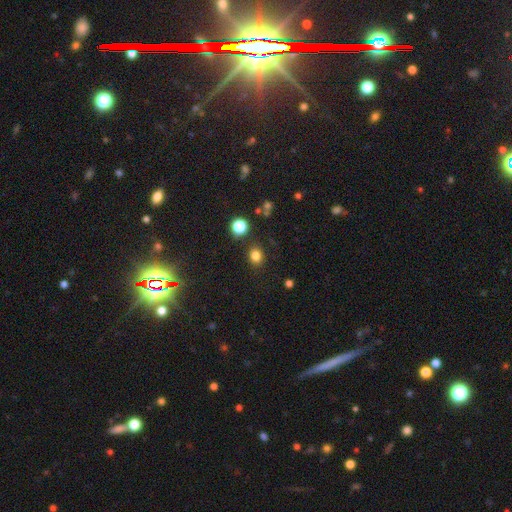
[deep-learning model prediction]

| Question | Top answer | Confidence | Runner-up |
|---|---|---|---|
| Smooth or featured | smooth | 81% | star or artifact (14%) |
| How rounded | round | 65% | in between (34%) |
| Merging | none | 85% | minor disturbance (9%) |